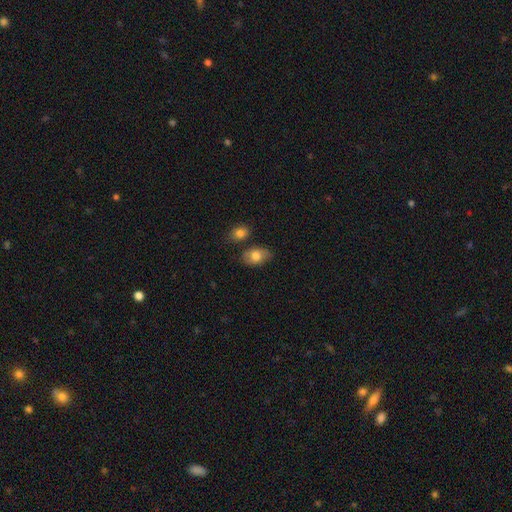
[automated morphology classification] smooth 77%, featured or disk 17%, star or artifact 7%. Down the decision tree: how rounded — in between (88%); merging — none (73%).